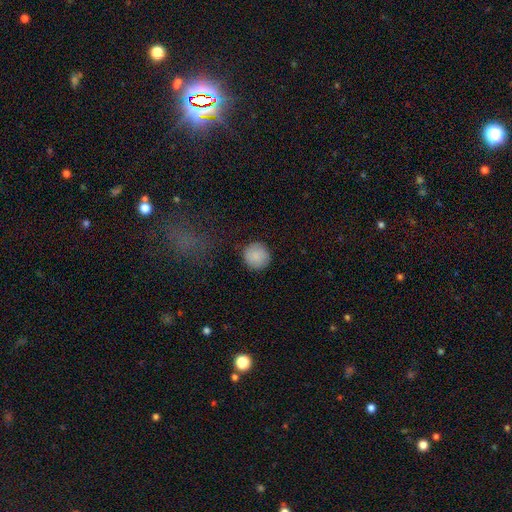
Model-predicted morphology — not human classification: Smooth or featured?
  - smooth: 87% *
  - star or artifact: 7%
  - featured or disk: 6%
How rounded?
  - round: 95% *
  - in between: 4%
  - cigar-shaped: 1%
Merging?
  - none: 88% *
  - minor disturbance: 8%
  - major disturbance: 3%
  - merger: 1%